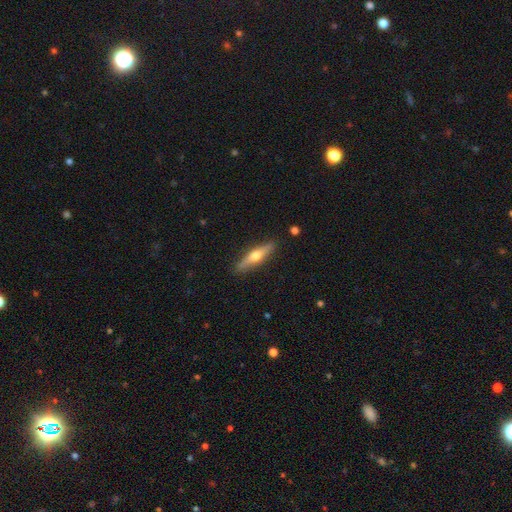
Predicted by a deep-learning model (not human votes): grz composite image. It shows a featured or disk galaxy (55%) viewed edge-on (95%) with a rounded central bulge (93%). Merging: none (88%).